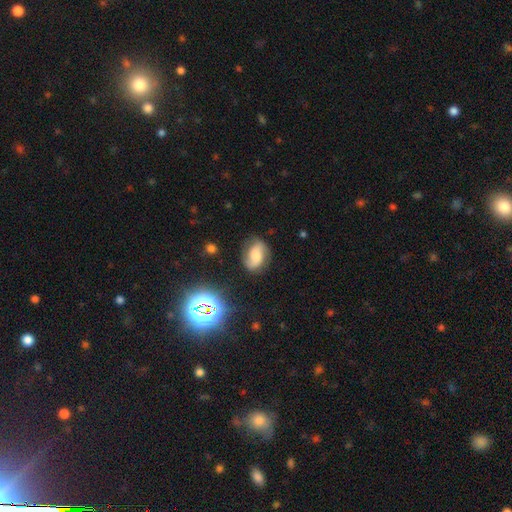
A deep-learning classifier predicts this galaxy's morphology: This appears to be a featured or disk galaxy (52%). Merging: none (73%).